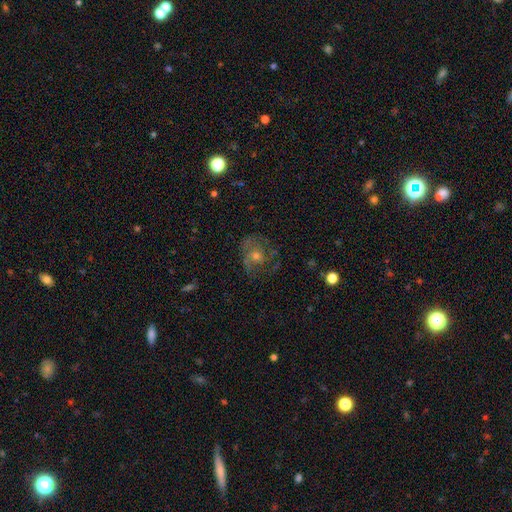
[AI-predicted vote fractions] Smooth or featured? featured or disk (58%)
Edge-on disk? no (97%)
Bar? no (79%)
Spiral arms? yes (70%)
Bulge size? moderate (49%)
Merging? none (56%)